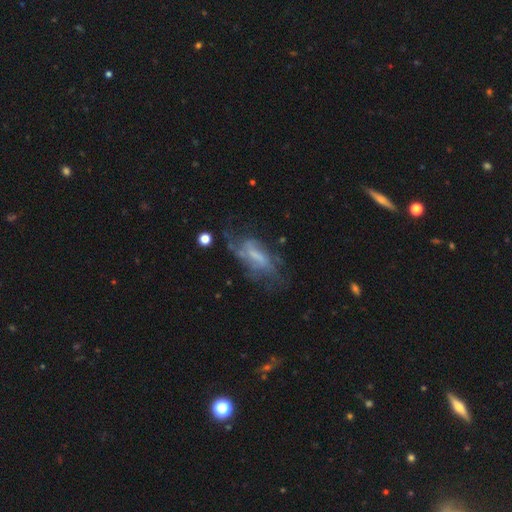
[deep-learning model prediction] Morphology: type=featured or disk (66%); edge-on=no (88%); bar=weak (42%); spiral arms=yes (70%); bulge=none (41%); merging=none (46%).